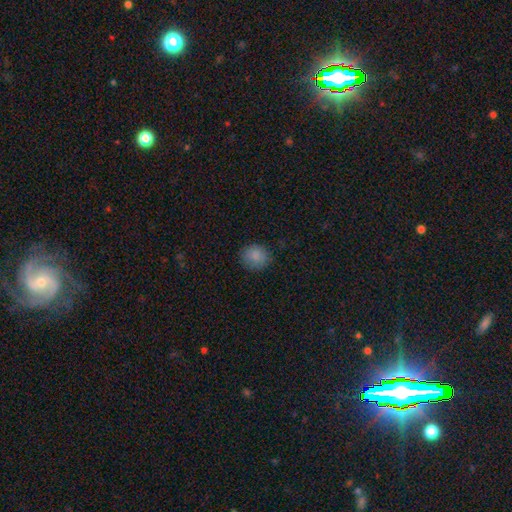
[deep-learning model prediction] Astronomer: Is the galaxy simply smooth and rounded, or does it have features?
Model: smooth — 86%.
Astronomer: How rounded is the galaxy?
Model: round — 83%.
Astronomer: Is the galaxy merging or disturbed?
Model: none — 84%.